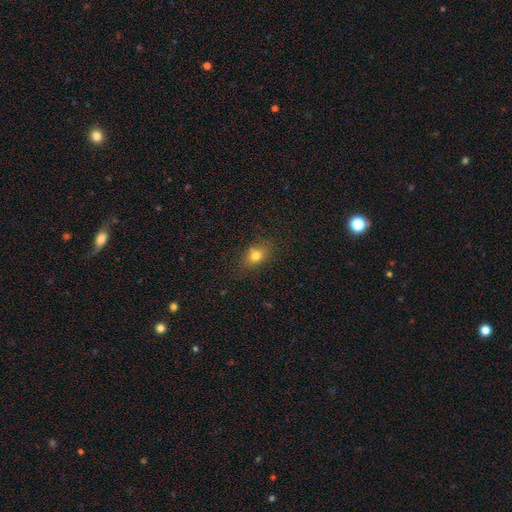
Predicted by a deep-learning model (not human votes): A smooth galaxy with no disk features (76%) that is in between round and cigar-shaped (61%).

Vote fractions:
- Smooth or featured? smooth: 76% / star or artifact: 14% / featured or disk: 10%
- How rounded? in between: 61% / round: 36% / cigar-shaped: 3%
- Merging? none: 77% / minor disturbance: 16% / major disturbance: 5% / merger: 2%